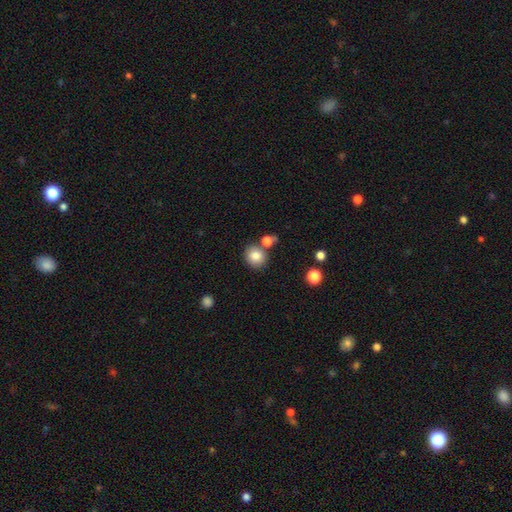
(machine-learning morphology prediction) smooth-or-featured: smooth: 83% | star or artifact: 10% | featured or disk: 7%
  how-rounded: round: 85% | in between: 14% | cigar-shaped: 1%
  merging: none: 74% | merger: 14% | minor disturbance: 9% | major disturbance: 3%